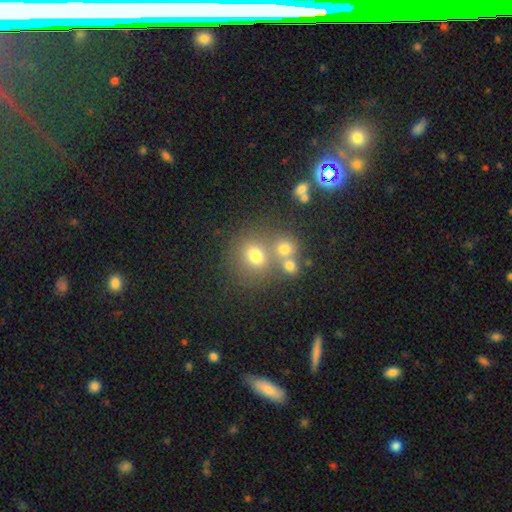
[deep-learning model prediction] Q: Smooth or featured?
A: smooth (69%); runner-up: star or artifact (18%)
Q: How rounded?
A: round (76%); runner-up: in between (23%)
Q: Merging?
A: none (55%); runner-up: merger (31%)